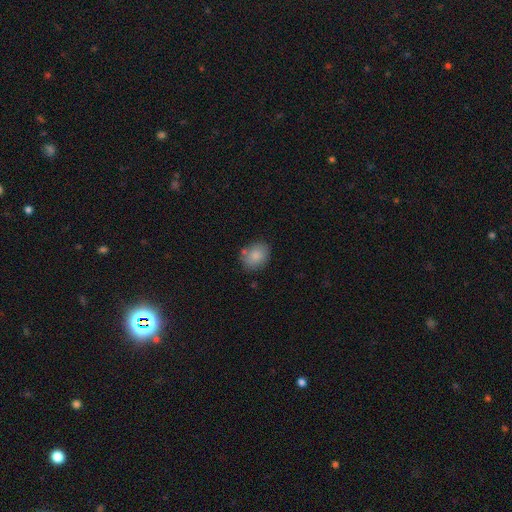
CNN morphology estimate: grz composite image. It shows a smooth galaxy with no disk features (83%) that is in between round and cigar-shaped (54%). Merging: none (71%).